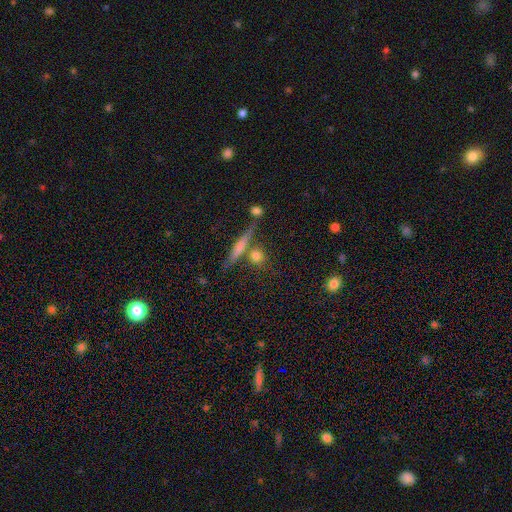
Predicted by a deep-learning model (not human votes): A smooth galaxy with no disk features (57%) that is cigar-shaped (45%). Merging: none (72%).